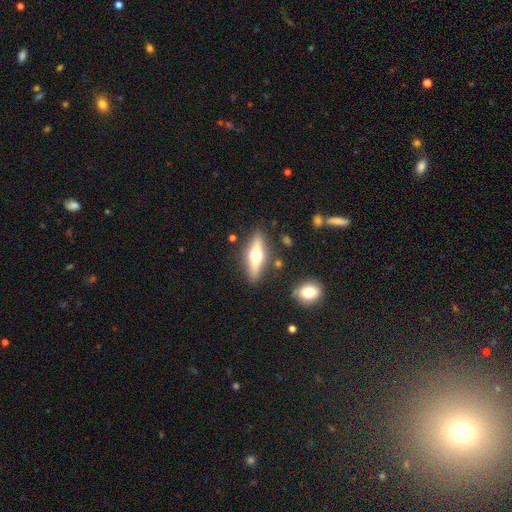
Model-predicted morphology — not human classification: Overall: featured or disk (60%; smooth 34%). Edge-on disk: yes (93%). Edge-on bulge: rounded (96%). Merging: none (85%).